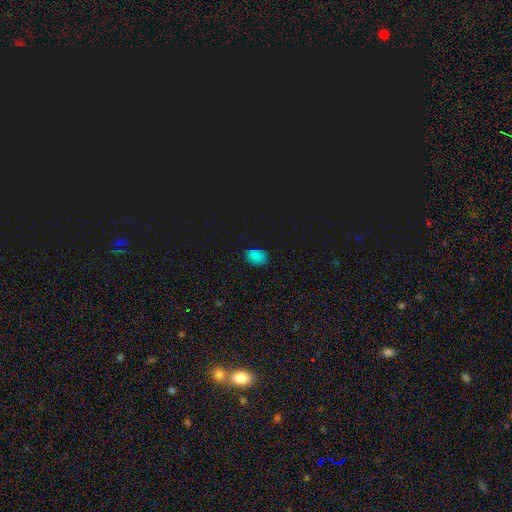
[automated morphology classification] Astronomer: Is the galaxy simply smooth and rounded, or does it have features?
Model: smooth — 75%.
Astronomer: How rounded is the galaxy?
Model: in between — 79%.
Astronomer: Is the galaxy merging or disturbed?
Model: none — 78%.